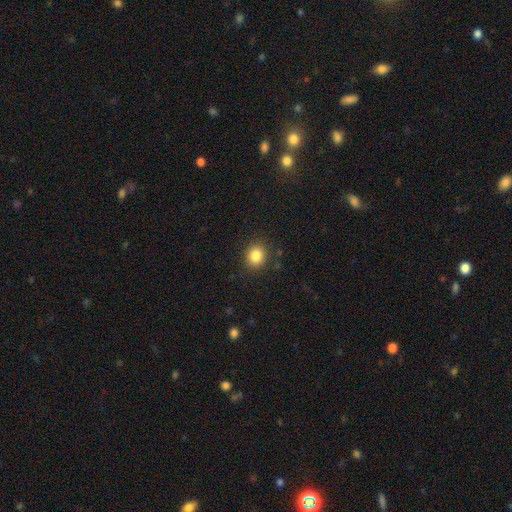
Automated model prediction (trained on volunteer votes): The model was most divided on "how rounded": round: 71%, in between: 28%, cigar-shaped: 1%. More confident: merging — none (87%); smooth or featured — smooth (85%).